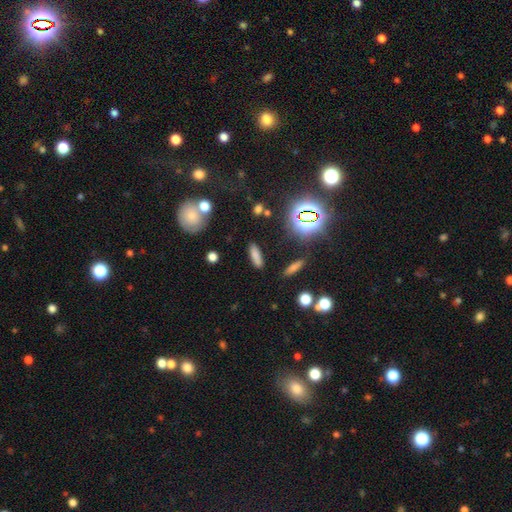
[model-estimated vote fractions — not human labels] Morphology: type=smooth (76%); roundness=cigar-shaped (57%); merging=none (84%).